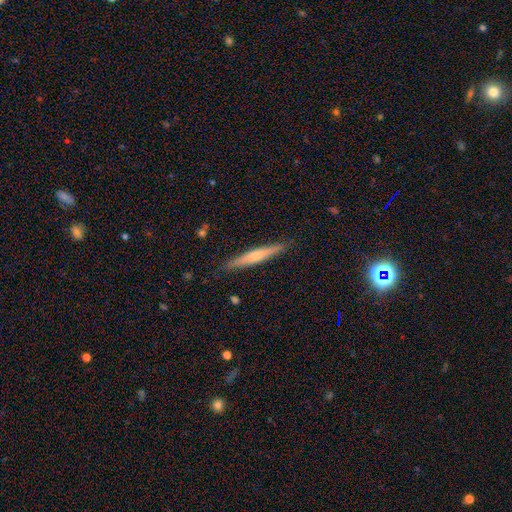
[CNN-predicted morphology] Smooth or featured?
  - smooth: 50% *
  - featured or disk: 44%
  - star or artifact: 6%
How rounded?
  - cigar-shaped: 94% *
  - in between: 4%
  - round: 1%
Merging?
  - none: 89% *
  - minor disturbance: 8%
  - major disturbance: 2%
  - merger: 1%